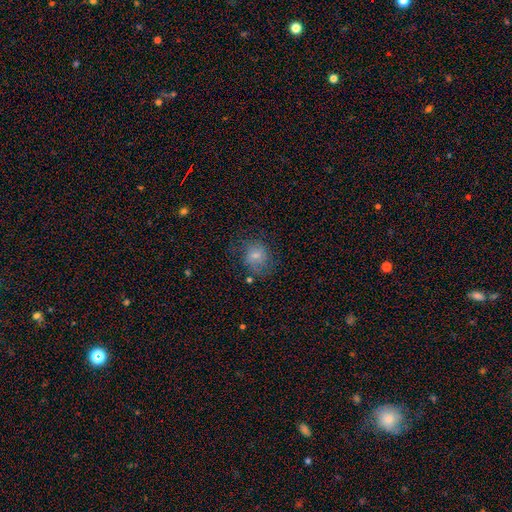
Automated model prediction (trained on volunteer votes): A smooth galaxy with no disk features (67%) that is round (64%).

Vote fractions:
- Smooth or featured? smooth: 67% / featured or disk: 23% / star or artifact: 10%
- How rounded? round: 64% / in between: 35% / cigar-shaped: 1%
- Merging? none: 61% / minor disturbance: 23% / major disturbance: 14% / merger: 3%